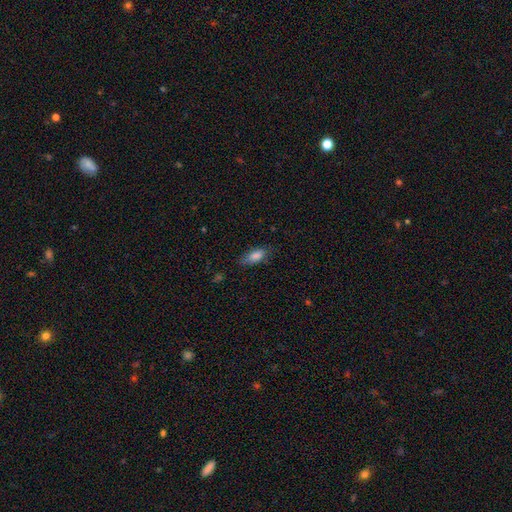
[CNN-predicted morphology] Smooth or featured? smooth (83%)
How rounded? in between (82%)
Merging? none (73%)